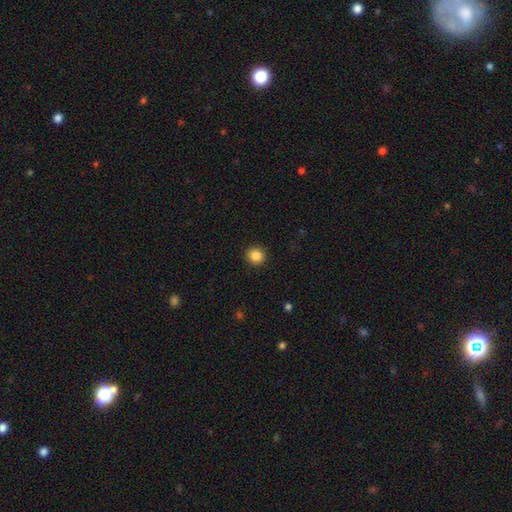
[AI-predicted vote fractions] Smooth or featured: smooth — 86% (star or artifact — 10%)
How rounded: round — 92% (in between — 7%)
Merging: none — 93% (minor disturbance — 5%)